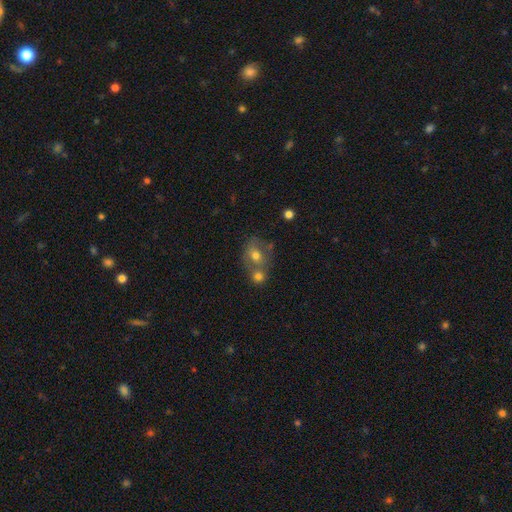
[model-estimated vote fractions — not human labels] Morphology: type=smooth (63%); roundness=round (58%); merging=merger (47%).